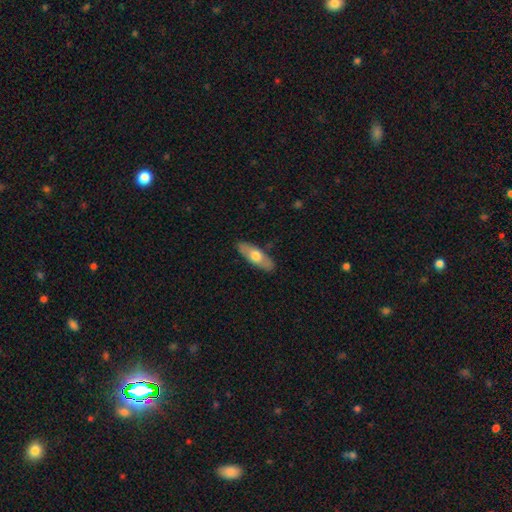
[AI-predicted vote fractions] The model was most divided on "smooth or featured": smooth: 59%, featured or disk: 36%, star or artifact: 5%. More confident: merging — none (87%); how rounded — in between (64%).